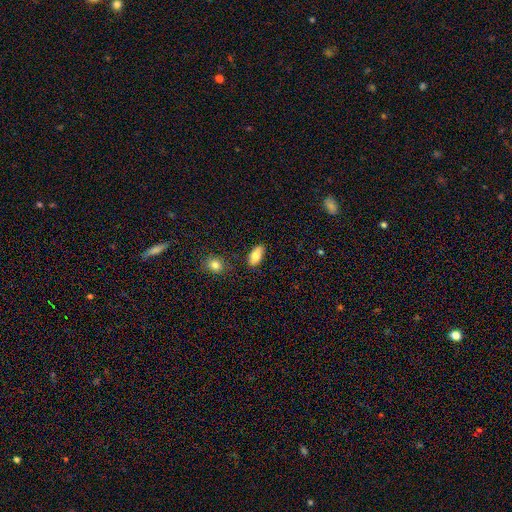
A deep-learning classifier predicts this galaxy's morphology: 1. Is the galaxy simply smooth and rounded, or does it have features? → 78% smooth, 14% featured or disk, 7% star or artifact.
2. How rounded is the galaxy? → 89% in between, 8% cigar-shaped, 4% round.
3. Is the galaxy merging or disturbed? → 81% none, 14% minor disturbance, 3% merger, 3% major disturbance.